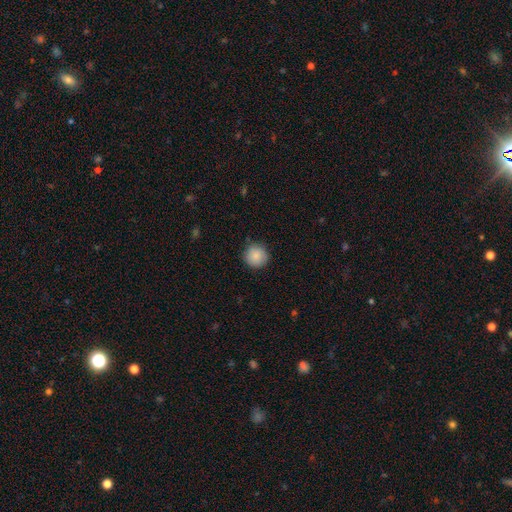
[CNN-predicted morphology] This is clearly a smooth galaxy (88%). How rounded: clearly round (95%). Merging: clearly none (88%).